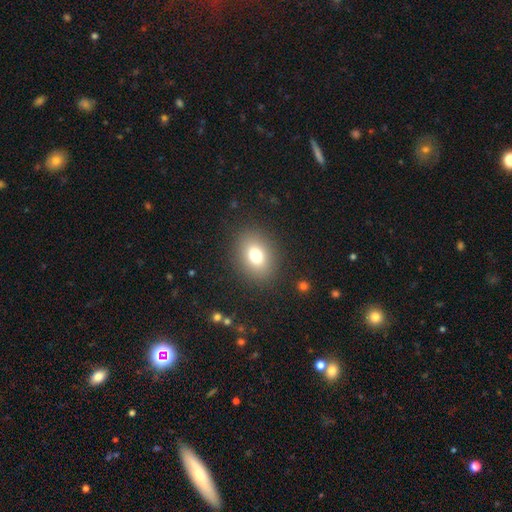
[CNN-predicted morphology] A smooth galaxy with no disk features (76%) that is in between round and cigar-shaped (63%).

Vote fractions:
- Smooth or featured? smooth: 76% / star or artifact: 12% / featured or disk: 12%
- How rounded? in between: 63% / round: 36% / cigar-shaped: 1%
- Merging? none: 87% / minor disturbance: 8% / major disturbance: 4% / merger: 1%